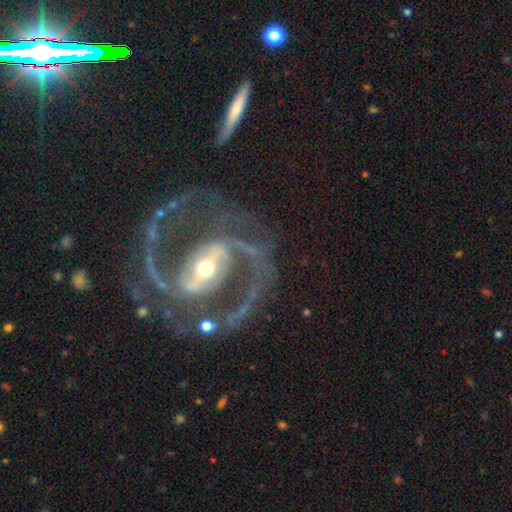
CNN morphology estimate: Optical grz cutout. It shows a featured or disk galaxy (93%) with a strong bar (57%), 2 (93%) medium (64%) spiral arms (98%) and a moderate central bulge (52%). Merging: none (74%).